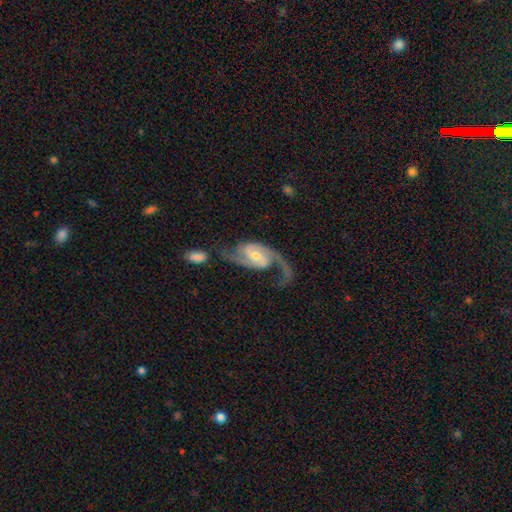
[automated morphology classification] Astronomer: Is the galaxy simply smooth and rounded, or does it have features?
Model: featured or disk — 91%.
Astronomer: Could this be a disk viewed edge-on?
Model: no — 97%.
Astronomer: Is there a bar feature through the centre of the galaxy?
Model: weak — 50% (runner-up: no, 30%).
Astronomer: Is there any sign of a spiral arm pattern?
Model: yes — 98%.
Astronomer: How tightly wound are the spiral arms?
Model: loose — 46% (runner-up: medium, 42%).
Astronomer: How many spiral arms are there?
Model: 2 — 90%.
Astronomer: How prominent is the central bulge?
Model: moderate — 55% (runner-up: small, 38%).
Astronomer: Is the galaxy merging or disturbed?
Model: none — 58%.